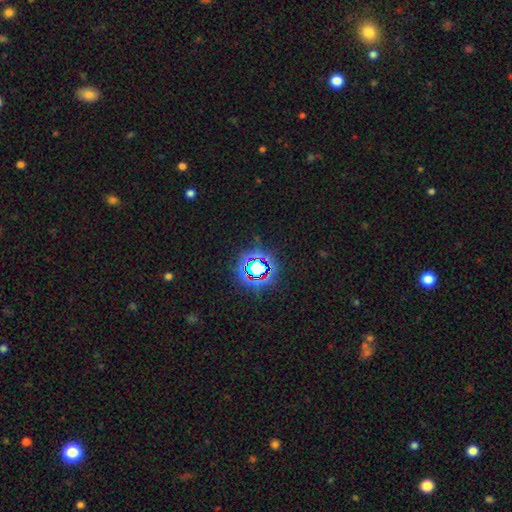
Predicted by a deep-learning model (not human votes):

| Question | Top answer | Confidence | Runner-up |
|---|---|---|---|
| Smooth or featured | star or artifact | 74% | smooth (19%) |